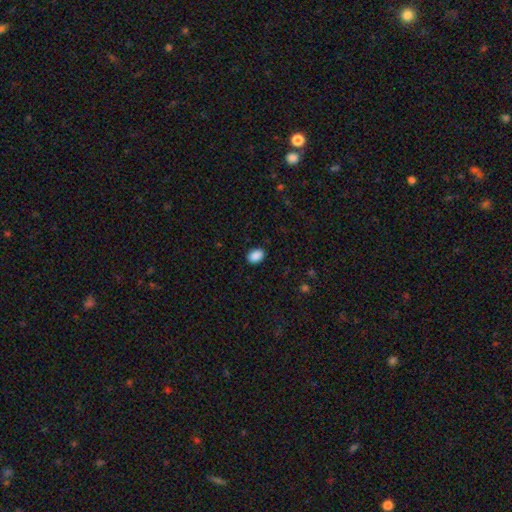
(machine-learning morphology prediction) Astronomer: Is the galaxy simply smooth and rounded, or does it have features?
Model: smooth — 90%.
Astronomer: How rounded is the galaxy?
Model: in between — 81%.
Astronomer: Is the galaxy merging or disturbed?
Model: none — 89%.